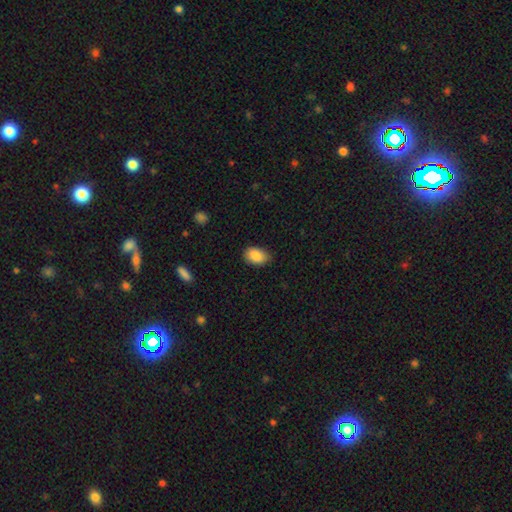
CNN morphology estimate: The model was most divided on "merging": none: 80%, minor disturbance: 17%, major disturbance: 3%, merger: 1%. More confident: smooth or featured — smooth (88%); how rounded — in between (87%).